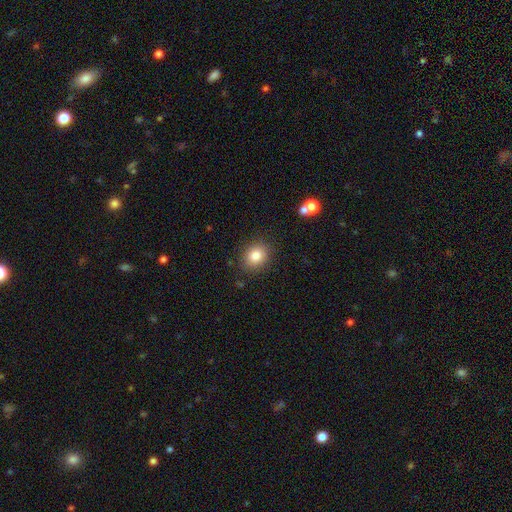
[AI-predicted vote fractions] Smooth or featured?
  - smooth: 82% *
  - star or artifact: 10%
  - featured or disk: 8%
How rounded?
  - round: 57% *
  - in between: 42%
  - cigar-shaped: 1%
Merging?
  - none: 86% *
  - minor disturbance: 9%
  - major disturbance: 3%
  - merger: 2%